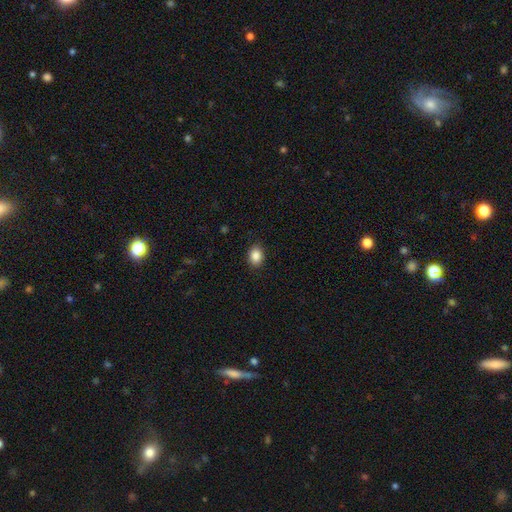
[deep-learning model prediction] The model was most divided on "how rounded": in between: 64%, round: 35%, cigar-shaped: 1%. More confident: merging — none (89%); smooth or featured — smooth (87%).